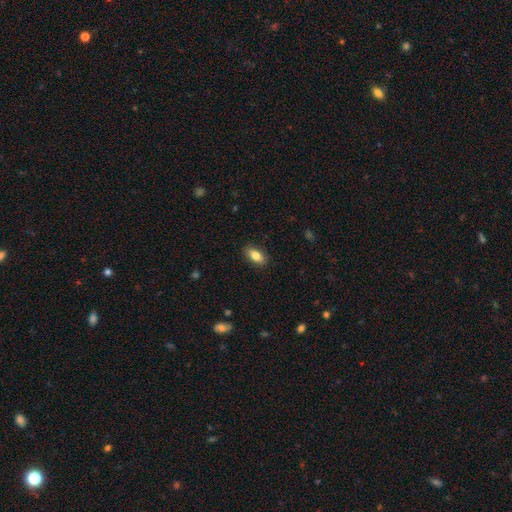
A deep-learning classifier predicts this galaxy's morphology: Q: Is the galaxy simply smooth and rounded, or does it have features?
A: smooth — 81%.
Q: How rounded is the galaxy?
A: in between — 89%.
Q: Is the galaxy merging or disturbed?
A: none — 88%.